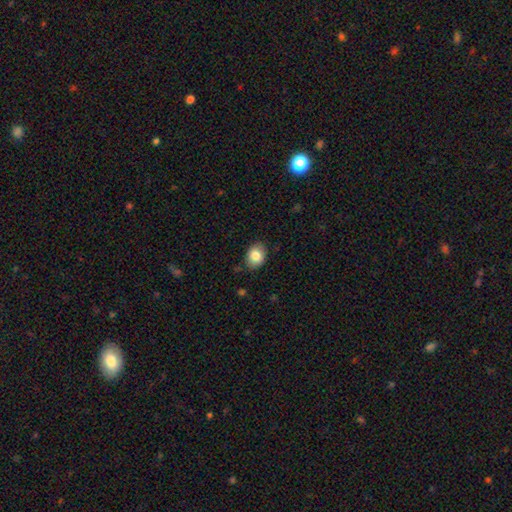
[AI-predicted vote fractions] smooth 84%, star or artifact 8%, featured or disk 8%. Down the decision tree: how rounded — in between (63%); merging — none (84%).